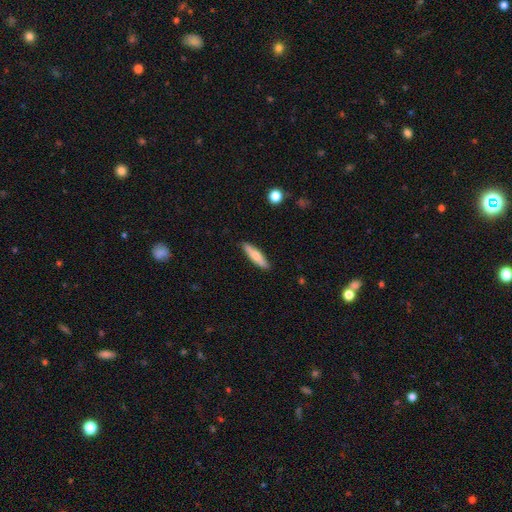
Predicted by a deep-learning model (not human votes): smooth_or_featured: smooth (p=0.67) [alt: featured or disk p=0.27]
how_rounded: cigar-shaped (p=0.78) [alt: in between p=0.20]
merging: none (p=0.88) [alt: minor disturbance p=0.09]